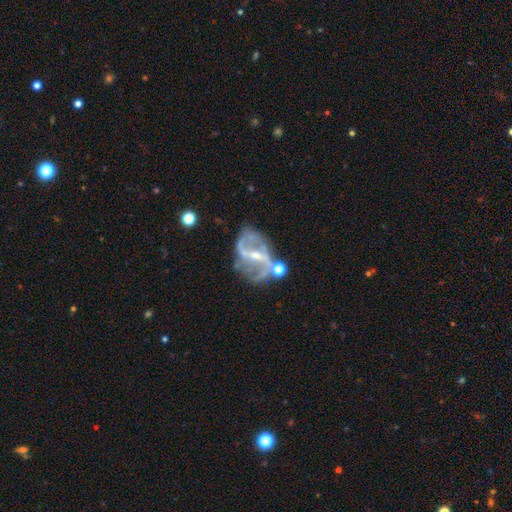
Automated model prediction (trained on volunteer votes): Q: Smooth or featured?
A: featured or disk (85%); runner-up: star or artifact (8%)
Q: Edge-on disk?
A: no (95%); runner-up: yes (5%)
Q: Bar?
A: strong (56%); runner-up: weak (30%)
Q: Spiral arms?
A: yes (84%); runner-up: no (16%)
Q: Spiral winding?
A: loose (44%); runner-up: medium (39%)
Q: Spiral arm count?
A: 2 (78%); runner-up: can't tell (11%)
Q: Bulge size?
A: small (66%); runner-up: moderate (30%)
Q: Merging?
A: none (54%); runner-up: minor disturbance (20%)